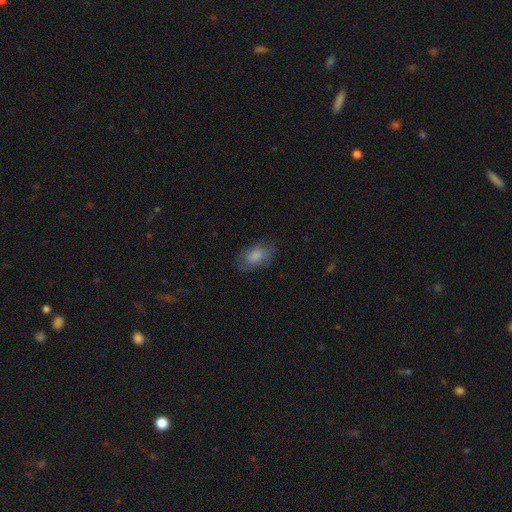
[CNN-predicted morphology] This is likely a smooth galaxy (79%). How rounded: clearly in between (91%). Merging: likely none (74%).